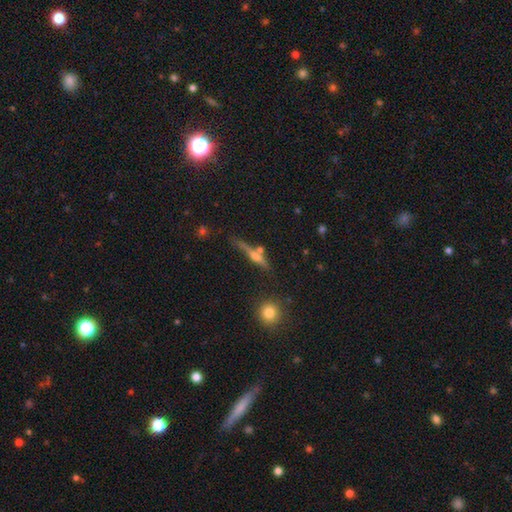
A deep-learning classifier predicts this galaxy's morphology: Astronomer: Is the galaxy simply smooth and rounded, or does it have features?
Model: featured or disk — 51% (runner-up: smooth, 39%).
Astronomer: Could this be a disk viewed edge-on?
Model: yes — 91%.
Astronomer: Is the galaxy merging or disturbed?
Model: none — 67%.